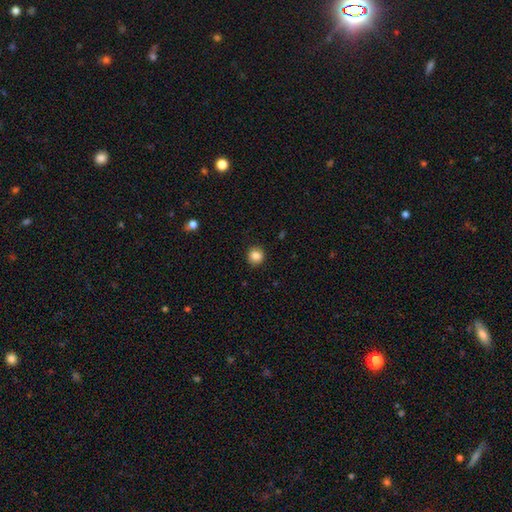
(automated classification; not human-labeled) Overall: smooth (86%). How rounded: round (91%). Merging: none (90%).